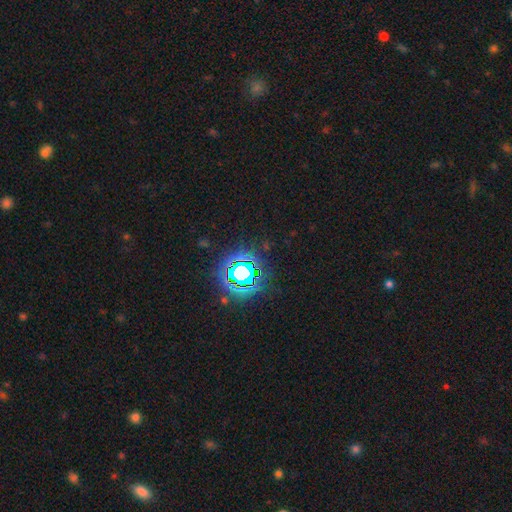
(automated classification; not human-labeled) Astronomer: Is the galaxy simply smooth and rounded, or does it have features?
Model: star or artifact — 83%.